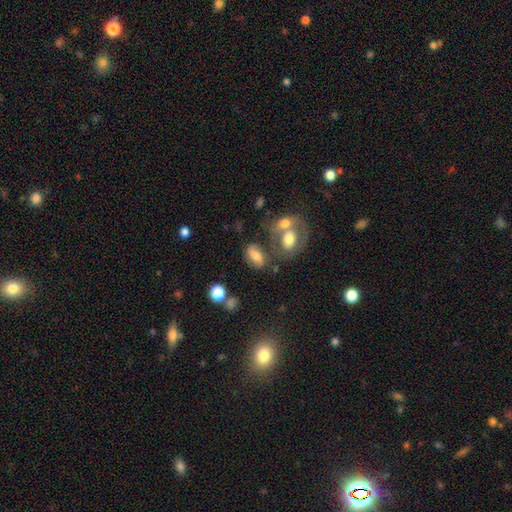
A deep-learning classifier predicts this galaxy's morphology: Smooth or featured: smooth — 56% (featured or disk — 33%)
How rounded: in between — 82% (round — 13%)
Merging: none — 52% (merger — 21%)